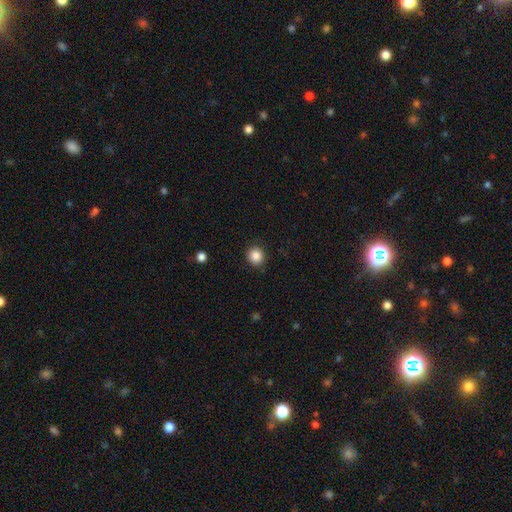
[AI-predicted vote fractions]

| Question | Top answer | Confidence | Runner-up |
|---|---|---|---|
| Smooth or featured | smooth | 86% | star or artifact (10%) |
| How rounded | round | 89% | in between (10%) |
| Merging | none | 89% | minor disturbance (8%) |